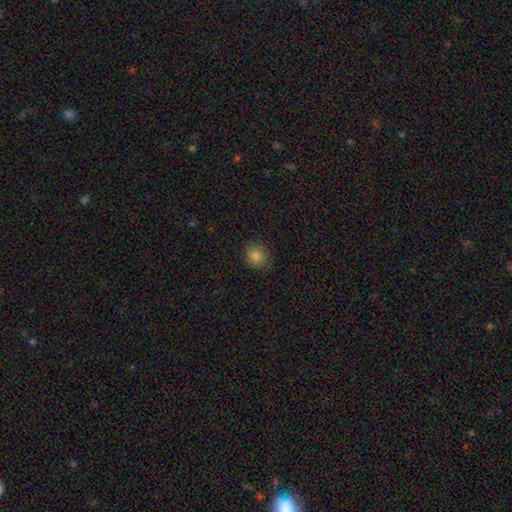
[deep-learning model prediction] smooth_or_featured: smooth (p=0.82) [alt: star or artifact p=0.13]
how_rounded: round (p=0.80) [alt: in between p=0.19]
merging: none (p=0.86) [alt: minor disturbance p=0.11]